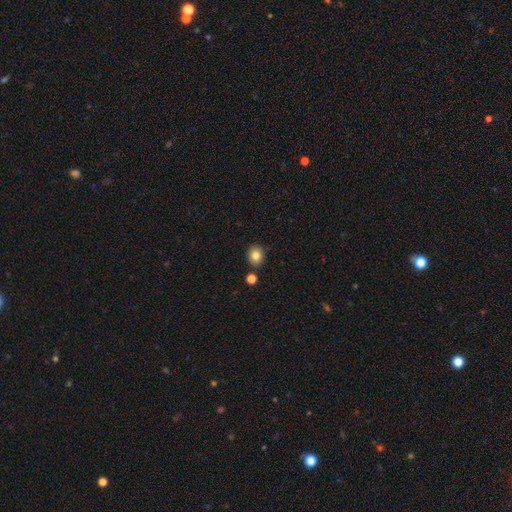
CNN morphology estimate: This appears to be a smooth galaxy with no disk features (82%) that is round (64%). Merging: none (84%).